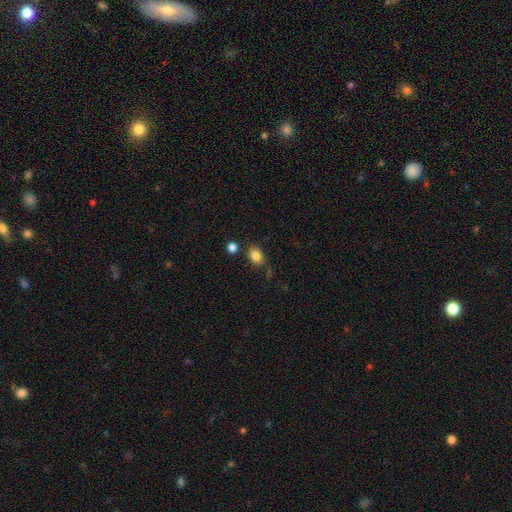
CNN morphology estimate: Smooth or featured: smooth — 84% (star or artifact — 10%)
How rounded: in between — 68% (round — 31%)
Merging: none — 76% (minor disturbance — 14%)